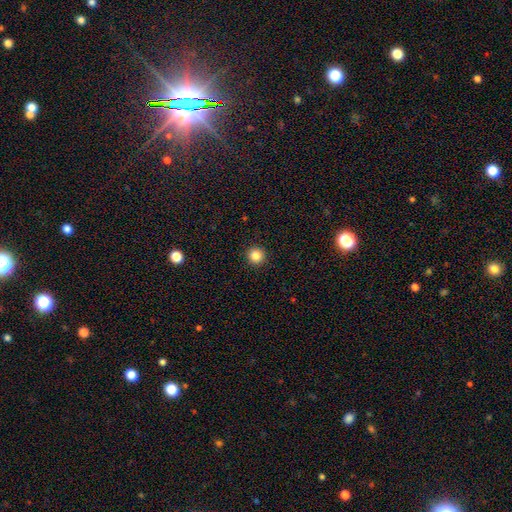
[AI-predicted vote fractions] This appears to be a smooth galaxy with no disk features (84%) that is round (95%). Merging: none (93%).